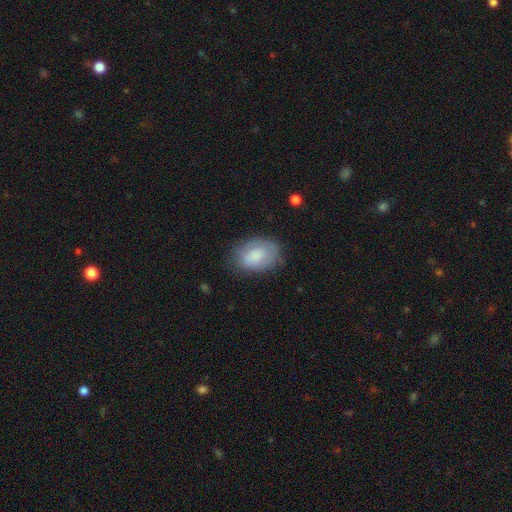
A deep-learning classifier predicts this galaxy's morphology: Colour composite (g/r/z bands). It shows a smooth galaxy with no disk features (69%) that is in between round and cigar-shaped (82%). Merging: none (69%).